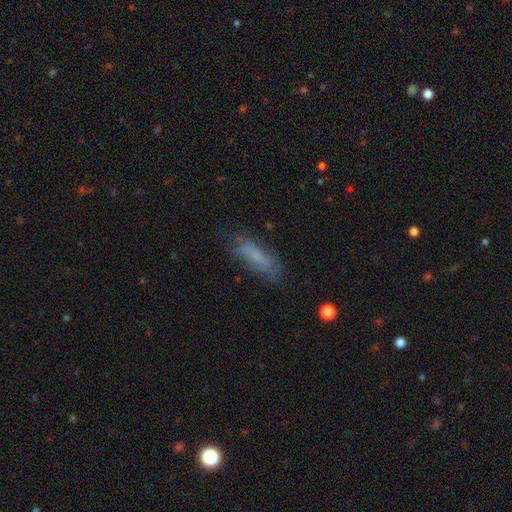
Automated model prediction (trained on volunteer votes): smooth_or_featured: smooth (p=0.67) [alt: featured or disk p=0.24]
how_rounded: cigar-shaped (p=0.54) [alt: in between p=0.44]
merging: none (p=0.72) [alt: minor disturbance p=0.19]